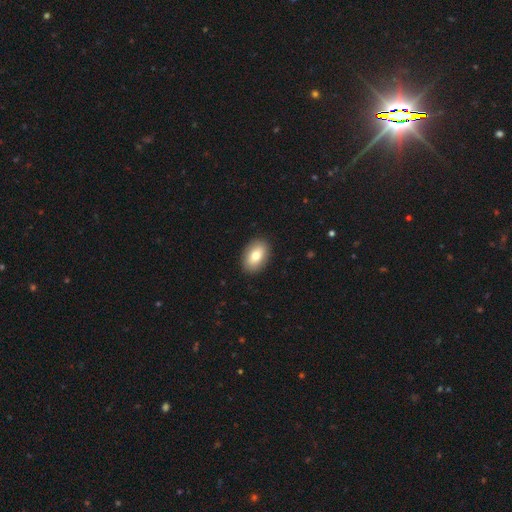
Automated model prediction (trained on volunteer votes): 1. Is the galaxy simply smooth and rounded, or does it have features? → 79% smooth, 14% featured or disk, 7% star or artifact.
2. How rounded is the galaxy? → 88% in between, 11% round, 1% cigar-shaped.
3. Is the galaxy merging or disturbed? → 90% none, 7% minor disturbance, 2% major disturbance, 1% merger.